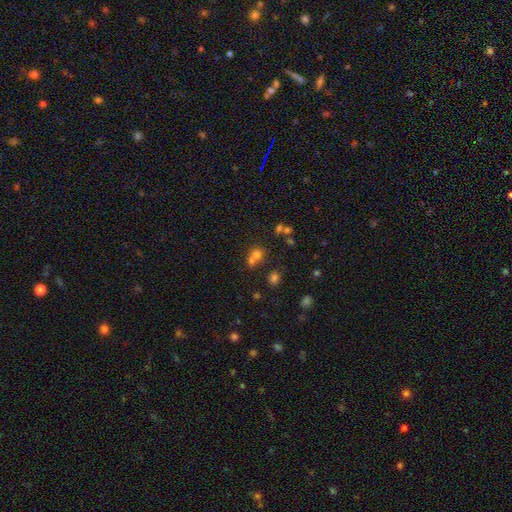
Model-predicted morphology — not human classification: smooth 65%, star or artifact 20%, featured or disk 15%. Down the decision tree: how rounded — round (76%); merging — merger (50%).